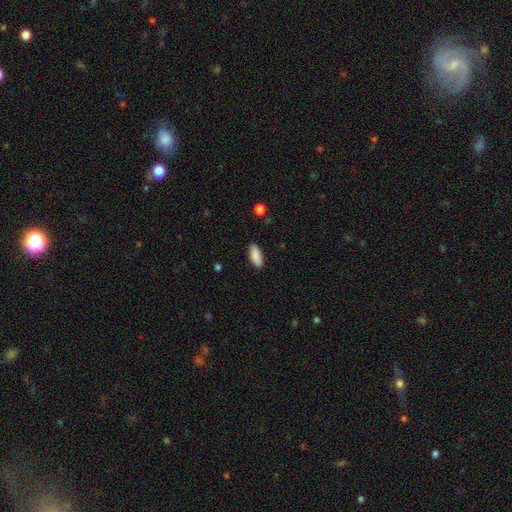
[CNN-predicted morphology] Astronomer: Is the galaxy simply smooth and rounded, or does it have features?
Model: smooth — 89%.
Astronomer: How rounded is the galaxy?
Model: in between — 85%.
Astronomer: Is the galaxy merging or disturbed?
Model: none — 87%.